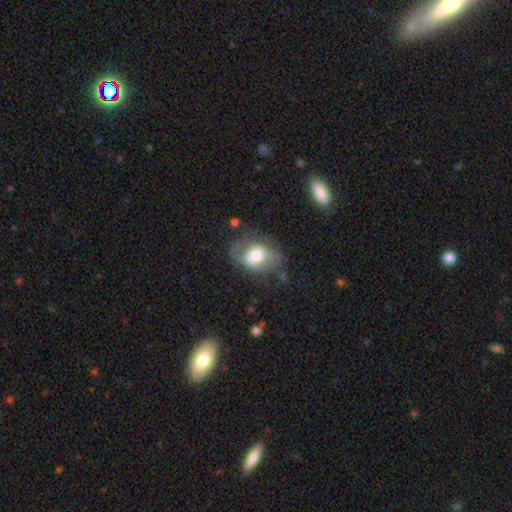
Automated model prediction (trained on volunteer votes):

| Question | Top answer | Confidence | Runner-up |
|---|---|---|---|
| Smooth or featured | smooth | 55% | featured or disk (38%) |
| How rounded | in between | 69% | round (30%) |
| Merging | none | 52% | minor disturbance (24%) |